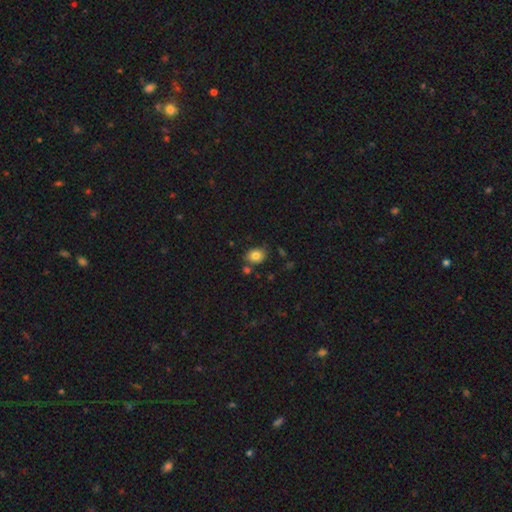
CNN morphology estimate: smooth 83%, star or artifact 9%, featured or disk 8%. Down the decision tree: how rounded — in between (61%); merging — none (76%).